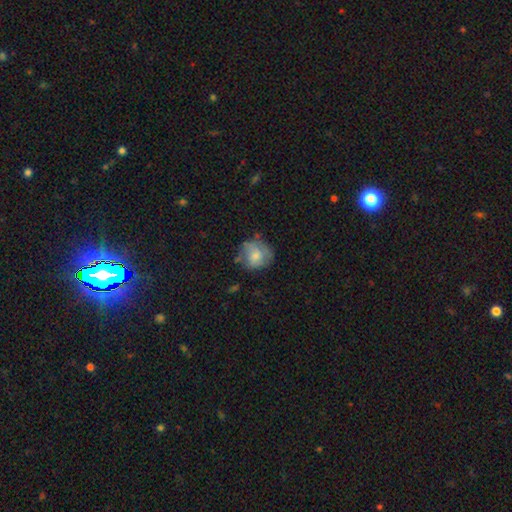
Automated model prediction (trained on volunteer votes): Smooth or featured? Predicted: smooth (p=0.67). How rounded? Predicted: round (p=0.81). Merging? Predicted: none (p=0.57).